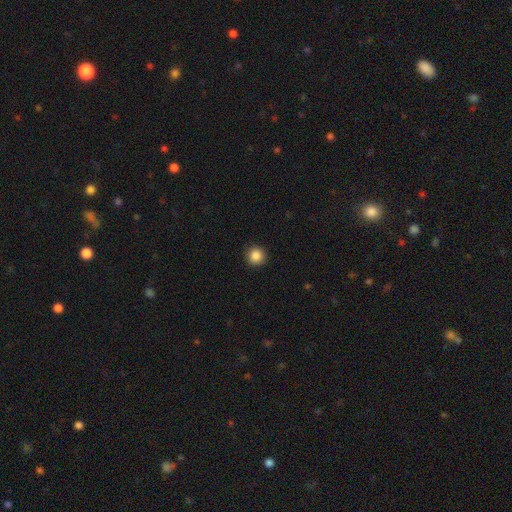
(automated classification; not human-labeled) Smooth or featured? Predicted: smooth (p=0.86). How rounded? Predicted: round (p=0.95). Merging? Predicted: none (p=0.92).